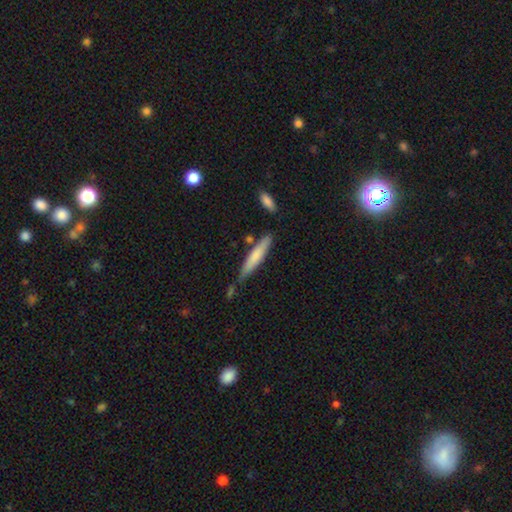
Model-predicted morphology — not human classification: A smooth galaxy with no disk features (71%) that is cigar-shaped (89%).

Vote fractions:
- Smooth or featured? smooth: 71% / featured or disk: 23% / star or artifact: 6%
- How rounded? cigar-shaped: 89% / in between: 10% / round: 1%
- Merging? none: 70% / minor disturbance: 18% / merger: 8% / major disturbance: 4%